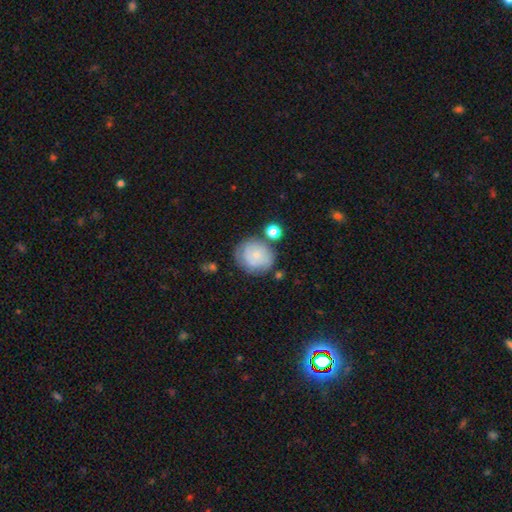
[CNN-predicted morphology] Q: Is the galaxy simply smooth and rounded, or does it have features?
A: smooth — 53%.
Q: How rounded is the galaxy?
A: round — 81%.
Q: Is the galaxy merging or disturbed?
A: none — 64%.